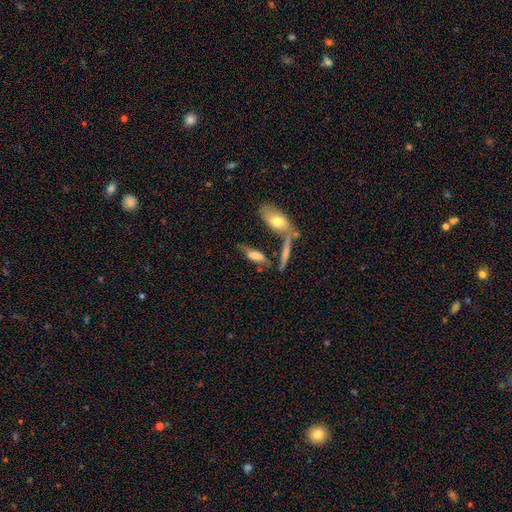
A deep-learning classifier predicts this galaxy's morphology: Smooth or featured? Predicted: smooth (p=0.62). How rounded? Predicted: in between (p=0.58). Merging? Predicted: none (p=0.43).